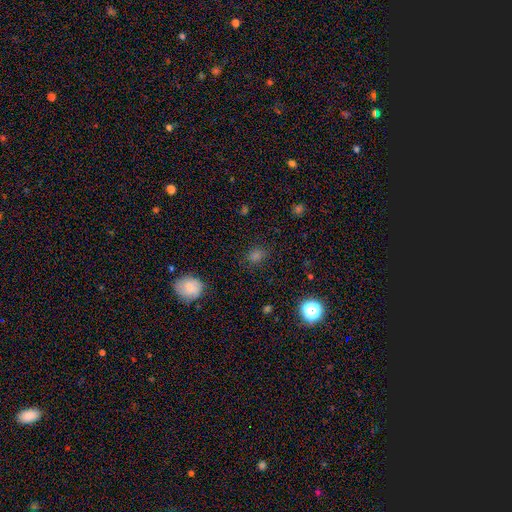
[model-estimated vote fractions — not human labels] smooth_or_featured: smooth (p=0.68) [alt: star or artifact p=0.26]
how_rounded: round (p=0.63) [alt: in between p=0.35]
merging: none (p=0.83) [alt: minor disturbance p=0.12]